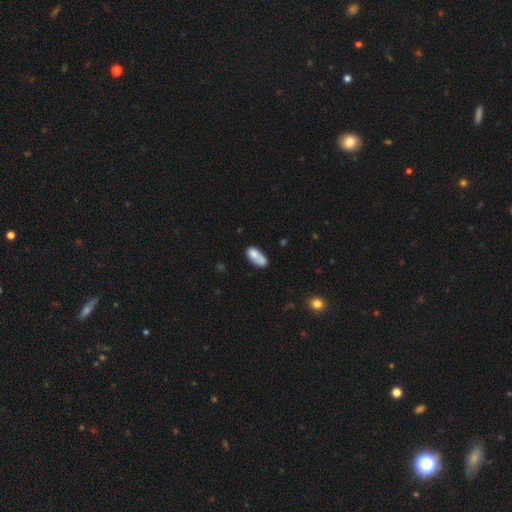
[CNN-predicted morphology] Overall: smooth (72%). How rounded: in between (86%). Merging: none (36%; merger 34%).